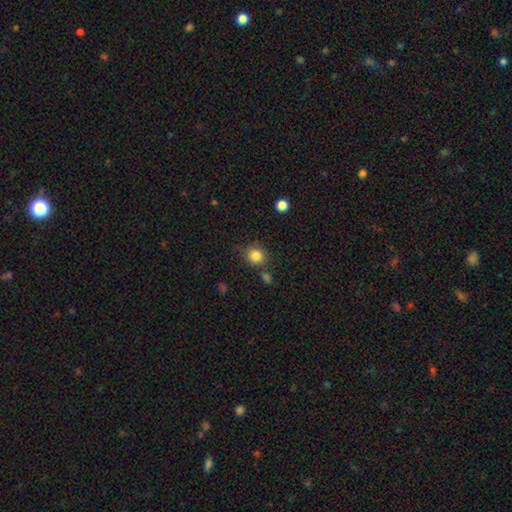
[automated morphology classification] A smooth galaxy with no disk features (84%) that is round (87%). Merging: none (78%).